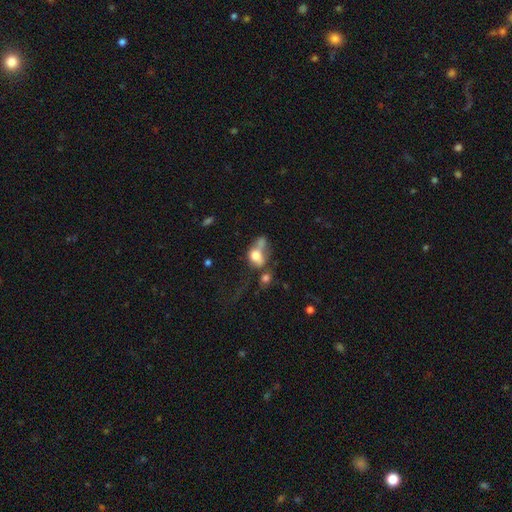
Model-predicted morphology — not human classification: Q: Smooth or featured?
A: smooth (63%); runner-up: featured or disk (26%)
Q: How rounded?
A: in between (71%); runner-up: round (26%)
Q: Merging?
A: merger (45%); runner-up: major disturbance (26%)